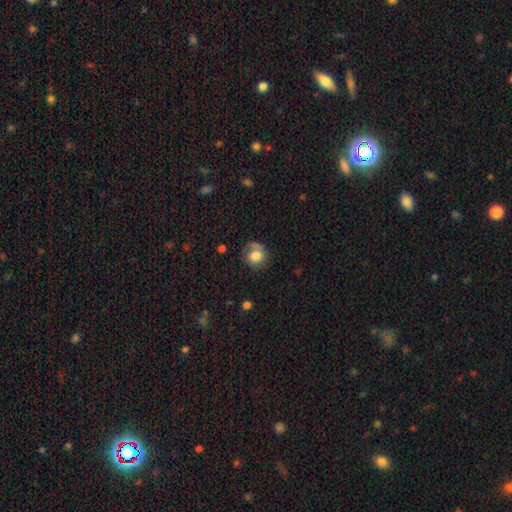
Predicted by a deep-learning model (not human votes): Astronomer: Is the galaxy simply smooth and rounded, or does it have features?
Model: smooth — 73%.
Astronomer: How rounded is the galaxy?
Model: round — 76%.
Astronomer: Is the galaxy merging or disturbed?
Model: none — 53%.